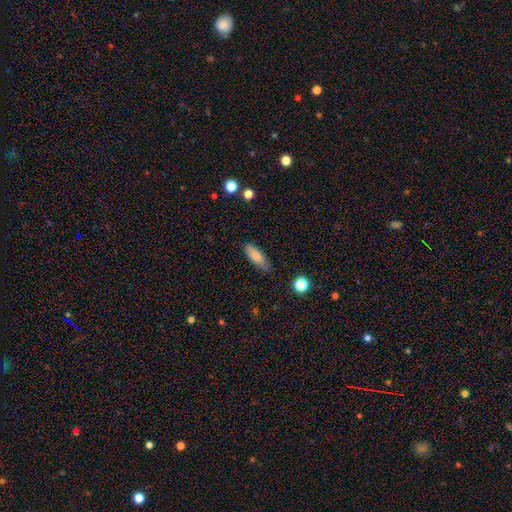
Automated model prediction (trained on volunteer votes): smooth 75%, featured or disk 18%, star or artifact 7%. Down the decision tree: how rounded — in between (63%); merging — none (79%).